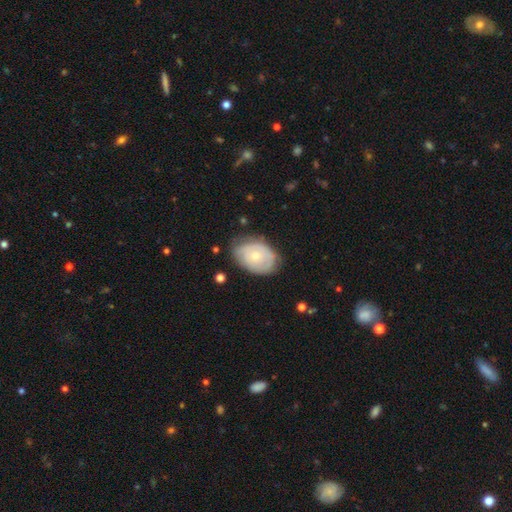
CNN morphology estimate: Q: Smooth or featured?
A: smooth (48%); runner-up: featured or disk (46%)
Q: Merging?
A: none (65%); runner-up: minor disturbance (26%)